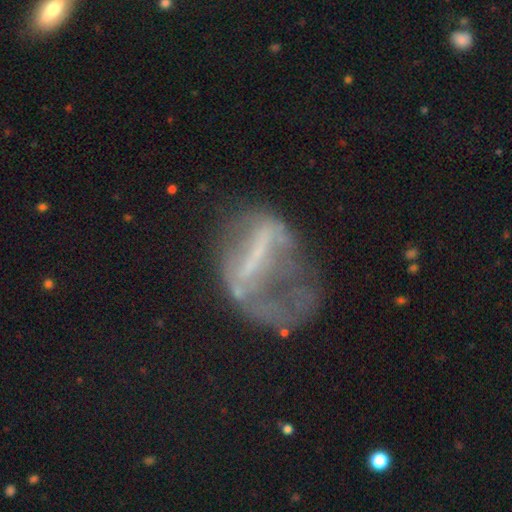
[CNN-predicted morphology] A featured or disk galaxy (57%) with a strong bar (46%), no spiral arms (70%) and no central bulge (59%).

Vote fractions:
- Smooth or featured? featured or disk: 57% / smooth: 24% / star or artifact: 19%
- Edge-on disk? no: 90% / yes: 10%
- Bar? strong: 46% / no: 32% / weak: 22%
- Spiral arms? no: 70% / yes: 30%
- Bulge size? none: 59% / small: 26% / moderate: 10% / large: 3% / dominant: 2%
- Merging? major disturbance: 43% / none: 33% / minor disturbance: 19% / merger: 5%